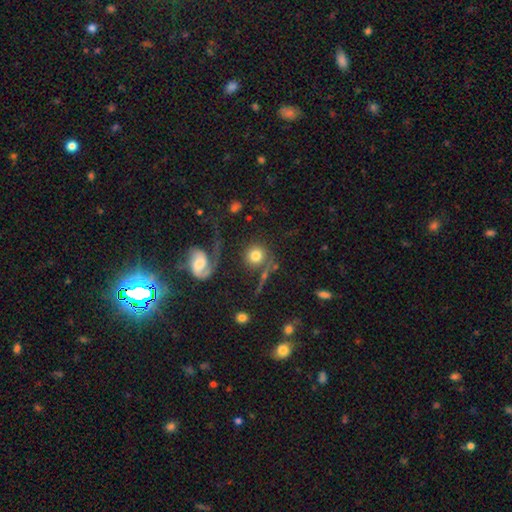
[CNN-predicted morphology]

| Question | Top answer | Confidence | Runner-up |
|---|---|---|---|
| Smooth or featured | smooth | 69% | featured or disk (22%) |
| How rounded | round | 92% | in between (7%) |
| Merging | none | 59% | merger (18%) |